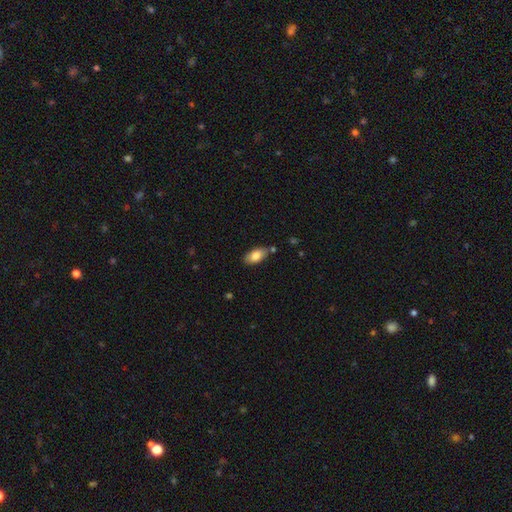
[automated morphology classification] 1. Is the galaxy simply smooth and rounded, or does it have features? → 82% smooth, 11% featured or disk, 7% star or artifact.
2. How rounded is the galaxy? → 92% in between, 5% cigar-shaped, 3% round.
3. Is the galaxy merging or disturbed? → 77% none, 15% minor disturbance, 5% merger, 3% major disturbance.